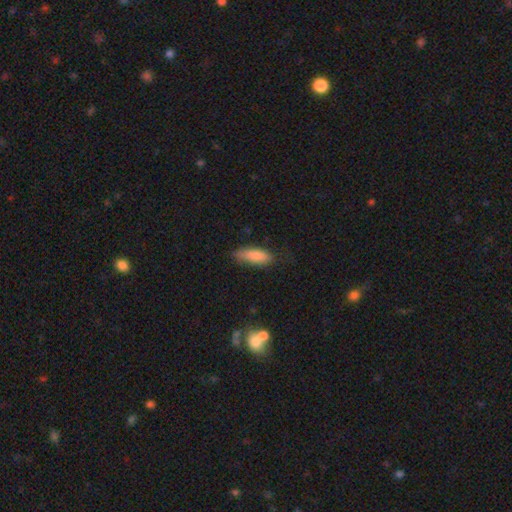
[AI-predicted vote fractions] Smooth or featured? smooth (84%)
How rounded? in between (64%)
Merging? none (69%)